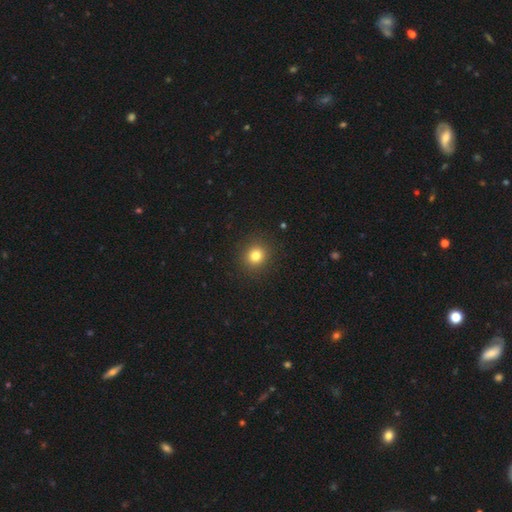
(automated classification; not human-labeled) Q: Smooth or featured?
A: smooth (81%); runner-up: star or artifact (13%)
Q: How rounded?
A: round (90%); runner-up: in between (9%)
Q: Merging?
A: none (91%); runner-up: minor disturbance (5%)